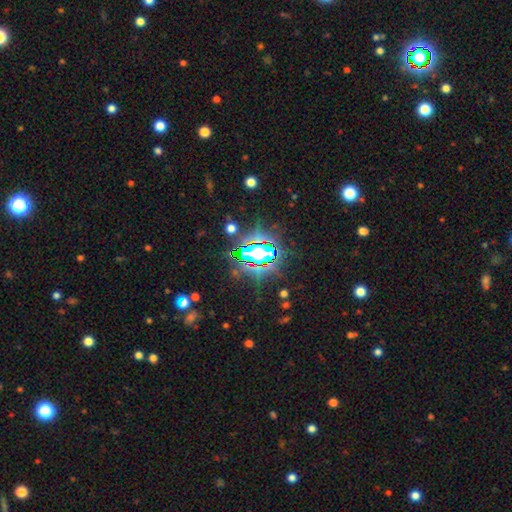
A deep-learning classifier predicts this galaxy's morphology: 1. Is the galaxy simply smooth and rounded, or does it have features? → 74% star or artifact, 15% smooth, 11% featured or disk.